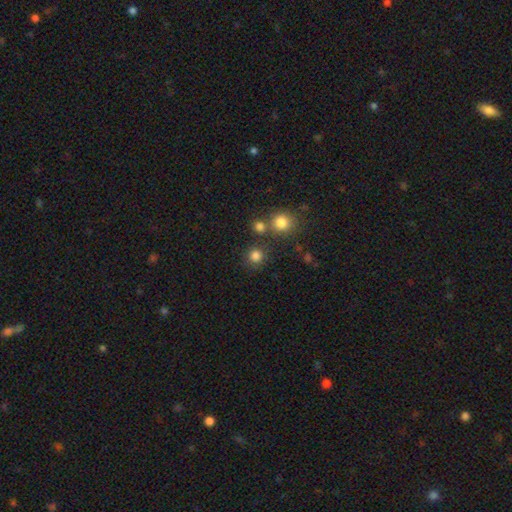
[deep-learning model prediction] This is clearly a smooth galaxy (81%). How rounded: clearly round (91%). Merging: likely none (78%).